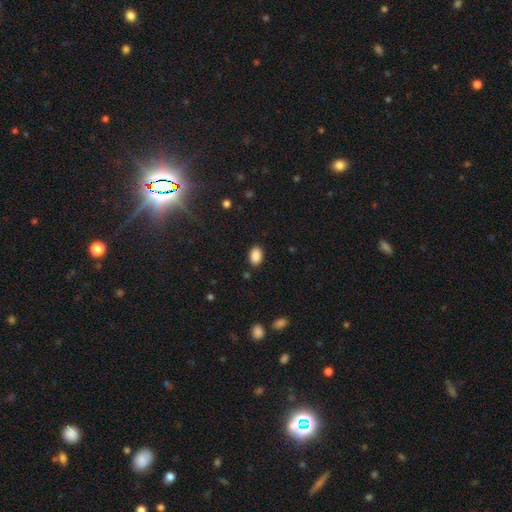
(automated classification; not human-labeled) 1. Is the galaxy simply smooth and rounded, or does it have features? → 88% smooth, 9% star or artifact, 3% featured or disk.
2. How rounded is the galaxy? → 86% in between, 12% round, 1% cigar-shaped.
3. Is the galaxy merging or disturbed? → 86% none, 10% minor disturbance, 2% major disturbance, 2% merger.